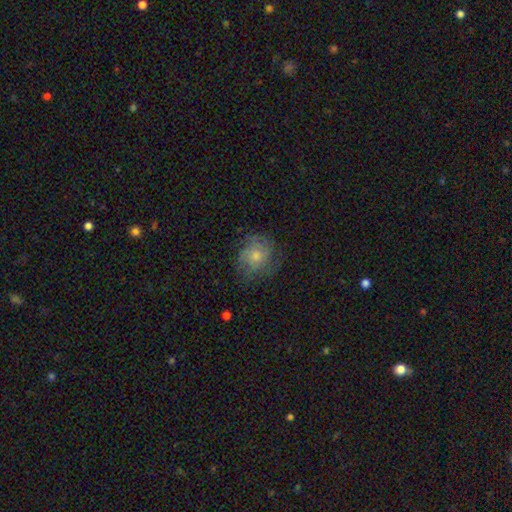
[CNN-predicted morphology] Smooth or featured: smooth — 52% (featured or disk — 35%)
How rounded: round — 77% (in between — 22%)
Merging: none — 72% (minor disturbance — 19%)